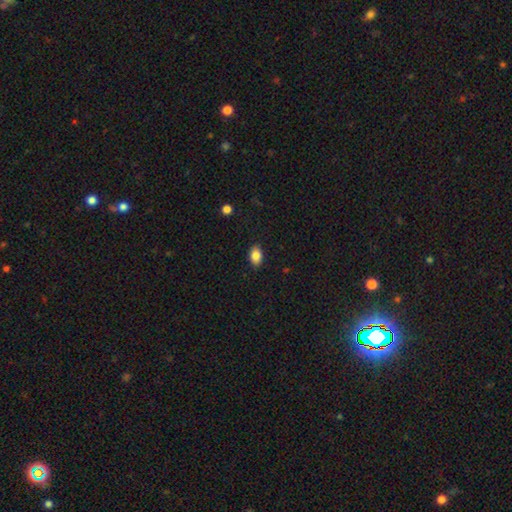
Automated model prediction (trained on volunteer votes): A smooth galaxy with no disk features (86%) that is in between round and cigar-shaped (85%).

Vote fractions:
- Smooth or featured? smooth: 86% / star or artifact: 8% / featured or disk: 5%
- How rounded? in between: 85% / round: 13% / cigar-shaped: 1%
- Merging? none: 89% / minor disturbance: 9% / major disturbance: 2% / merger: 1%